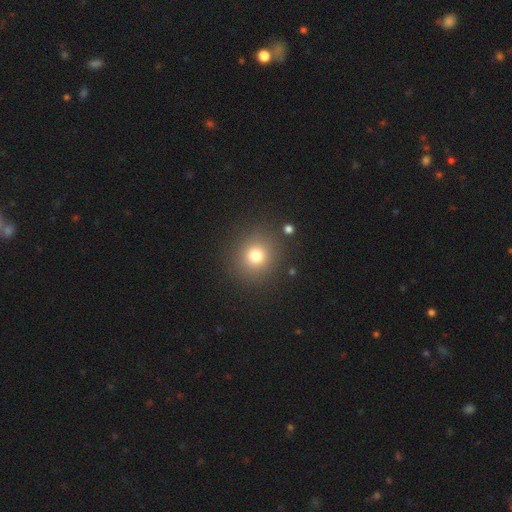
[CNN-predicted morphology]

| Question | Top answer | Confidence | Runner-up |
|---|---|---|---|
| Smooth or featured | smooth | 76% | star or artifact (15%) |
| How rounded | round | 89% | in between (10%) |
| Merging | none | 87% | minor disturbance (7%) |